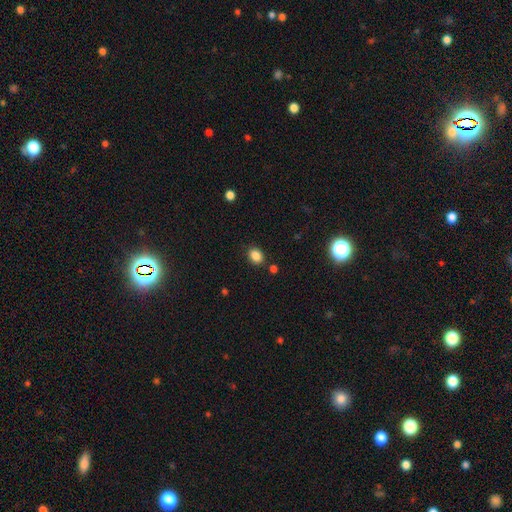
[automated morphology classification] A smooth galaxy with no disk features (85%) that is in between round and cigar-shaped (61%).

Vote fractions:
- Smooth or featured? smooth: 85% / star or artifact: 11% / featured or disk: 4%
- How rounded? in between: 61% / round: 38% / cigar-shaped: 1%
- Merging? none: 84% / minor disturbance: 10% / merger: 4% / major disturbance: 3%